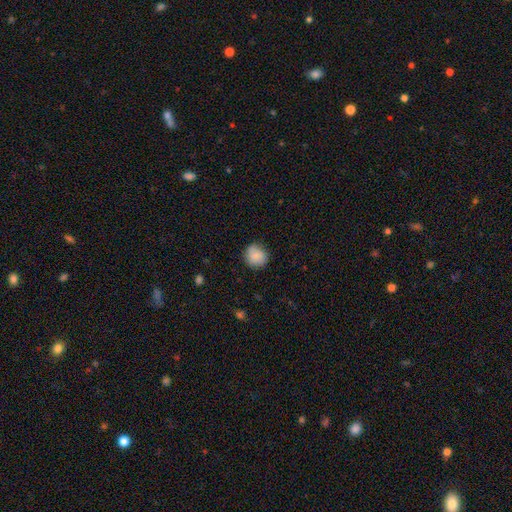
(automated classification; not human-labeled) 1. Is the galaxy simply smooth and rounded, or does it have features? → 86% smooth, 8% star or artifact, 6% featured or disk.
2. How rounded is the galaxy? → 84% round, 15% in between, 1% cigar-shaped.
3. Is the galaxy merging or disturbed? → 78% none, 17% minor disturbance, 3% major disturbance, 1% merger.